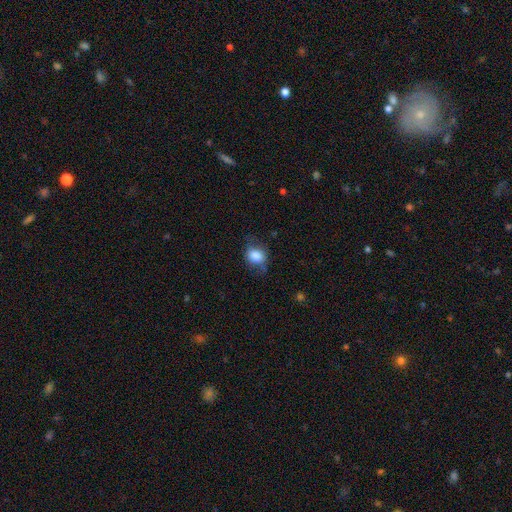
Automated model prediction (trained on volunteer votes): Smooth or featured: smooth — 81% (featured or disk — 11%)
How rounded: round — 52% (in between — 47%)
Merging: none — 61% (minor disturbance — 27%)